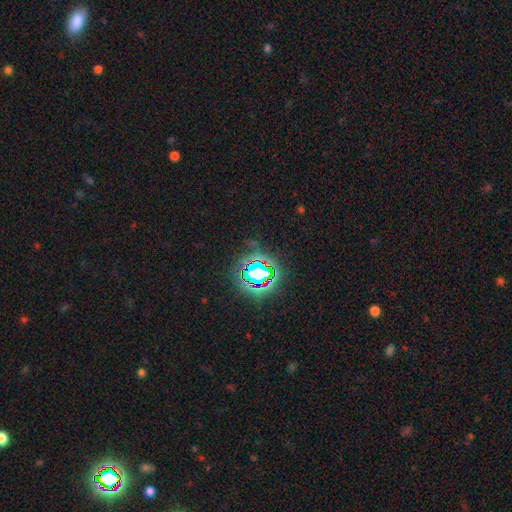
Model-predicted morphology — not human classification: Smooth or featured?
  - star or artifact: 82% *
  - smooth: 11%
  - featured or disk: 7%